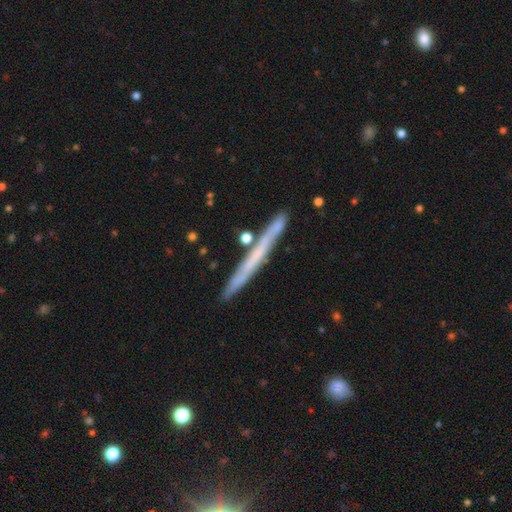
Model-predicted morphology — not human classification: This appears to be a featured or disk galaxy (51%) viewed edge-on (94%). Merging: none (84%).